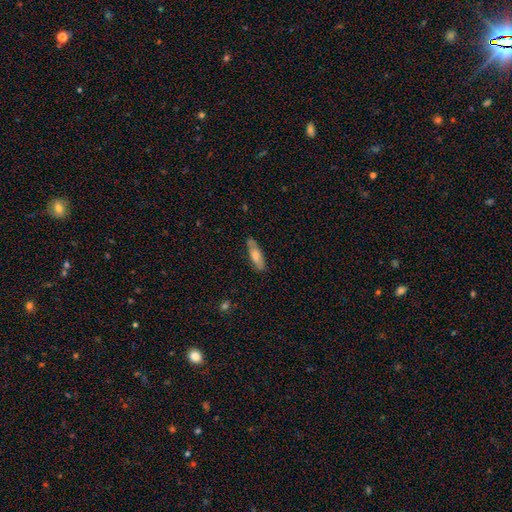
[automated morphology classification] Smooth or featured? Predicted: smooth (p=0.68). How rounded? Predicted: cigar-shaped (p=0.52). Merging? Predicted: none (p=0.81).